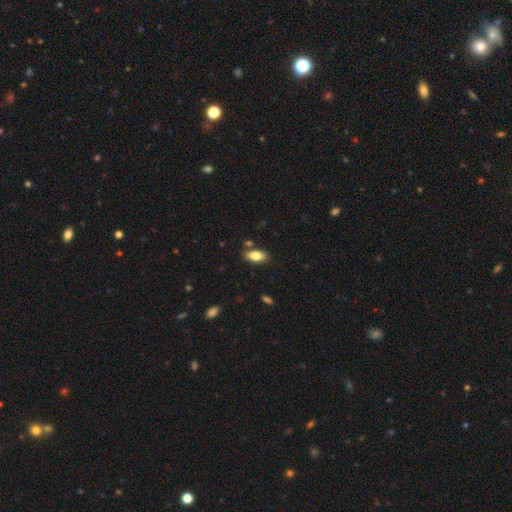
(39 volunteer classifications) smooth-or-featured: smooth: 79% | featured or disk: 15% | star or artifact: 5%
  how-rounded: in between: 81% | round: 10% | cigar-shaped: 10%
  merging: none: 81% | minor disturbance: 14% | merger: 5% | major disturbance: 0%